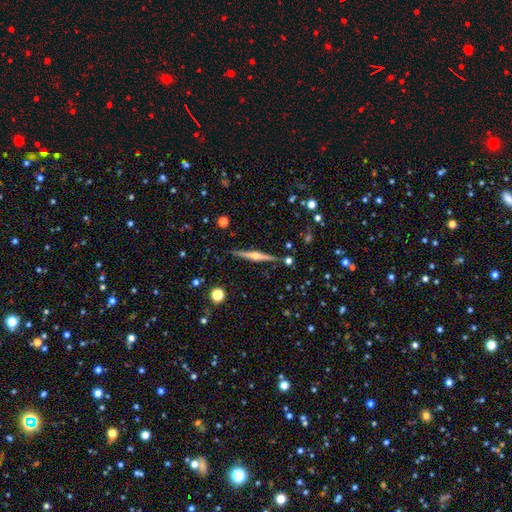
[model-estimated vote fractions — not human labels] Q: Smooth or featured?
A: featured or disk (77%); runner-up: smooth (17%)
Q: Edge-on disk?
A: yes (98%); runner-up: no (2%)
Q: Edge-on bulge?
A: rounded (91%); runner-up: boxy (5%)
Q: Merging?
A: none (89%); runner-up: minor disturbance (8%)